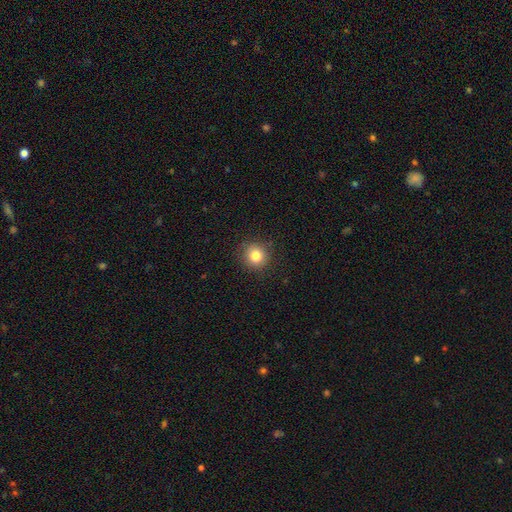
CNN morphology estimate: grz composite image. It shows a smooth galaxy with no disk features (81%) that is round (92%). Merging: none (89%).